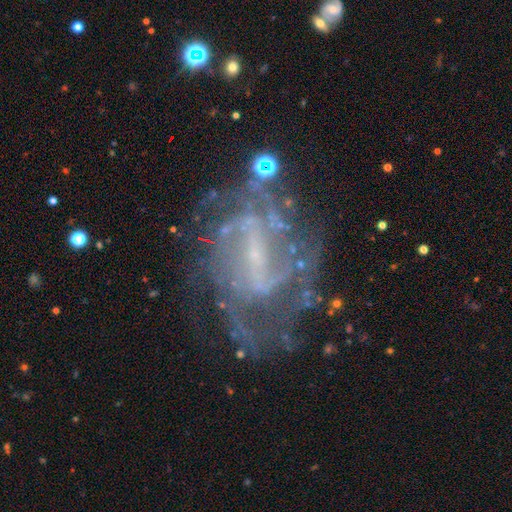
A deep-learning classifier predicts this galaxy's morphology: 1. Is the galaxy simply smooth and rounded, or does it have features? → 81% featured or disk, 11% star or artifact, 8% smooth.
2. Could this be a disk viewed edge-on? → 97% no, 3% yes.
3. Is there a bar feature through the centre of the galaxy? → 47% weak, 30% strong, 23% no.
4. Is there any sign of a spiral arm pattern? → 81% yes, 19% no.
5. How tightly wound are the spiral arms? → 44% tight, 38% medium, 18% loose.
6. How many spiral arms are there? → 48% can't tell, 18% 2, 12% 3, 10% 4, 6% more than 4, 6% 1.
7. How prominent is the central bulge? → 63% small, 23% none, 12% moderate, 1% large, 1% dominant.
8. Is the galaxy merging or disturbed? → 61% none, 18% minor disturbance, 17% major disturbance, 4% merger.